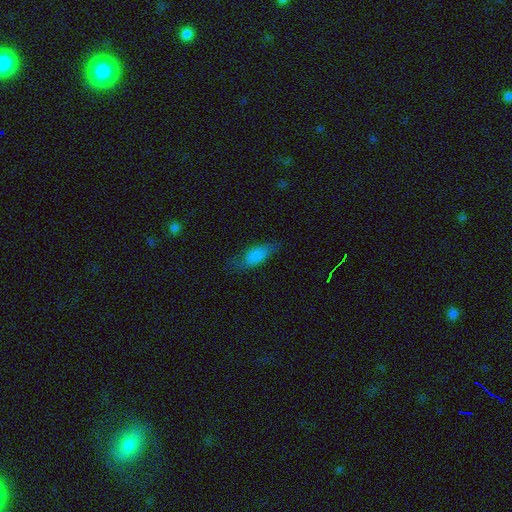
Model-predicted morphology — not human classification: This appears to be a smooth galaxy with no disk features (77%) that is in between round and cigar-shaped (75%). Merging: none (62%).